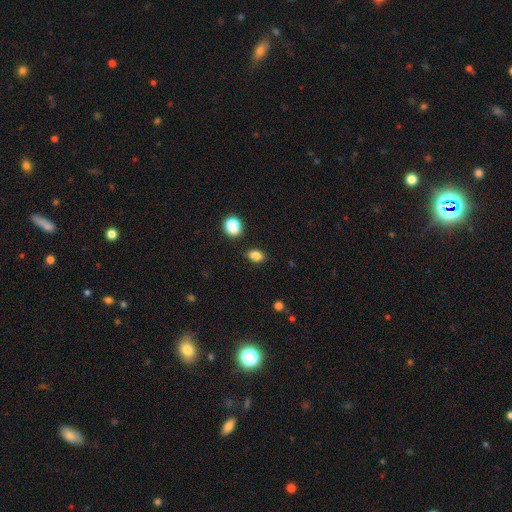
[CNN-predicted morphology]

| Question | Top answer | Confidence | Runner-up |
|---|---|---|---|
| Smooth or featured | smooth | 84% | star or artifact (11%) |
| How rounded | in between | 78% | round (20%) |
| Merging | none | 84% | minor disturbance (11%) |